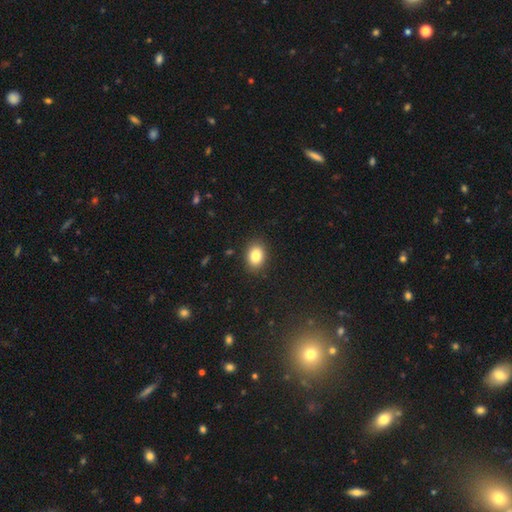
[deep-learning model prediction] smooth 84%, star or artifact 9%, featured or disk 7%. Down the decision tree: how rounded — in between (72%); merging — none (88%).